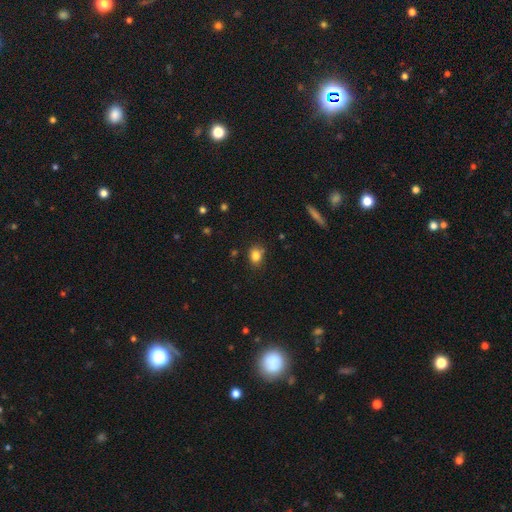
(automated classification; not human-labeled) smooth 83%, star or artifact 11%, featured or disk 6%. Down the decision tree: how rounded — in between (51%); merging — none (80%).